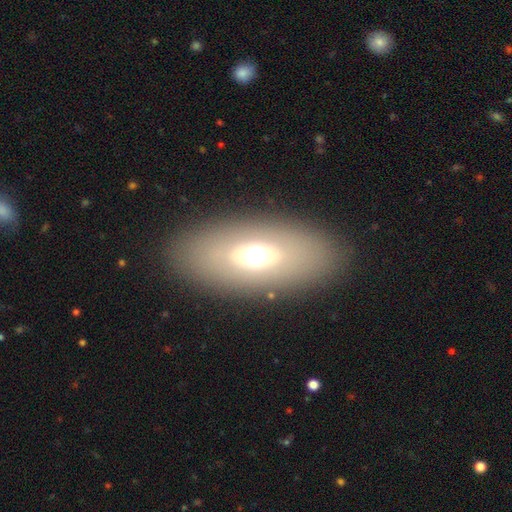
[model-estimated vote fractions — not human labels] This is possibly a smooth galaxy (53%). How rounded: clearly in between (86%). Merging: clearly none (86%).